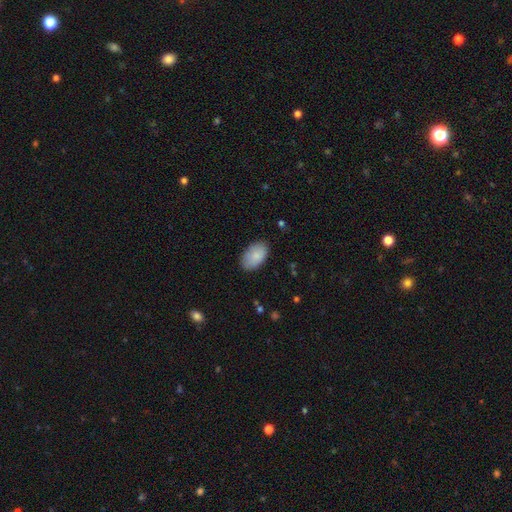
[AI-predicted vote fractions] Smooth or featured? smooth (86%)
How rounded? in between (94%)
Merging? none (83%)